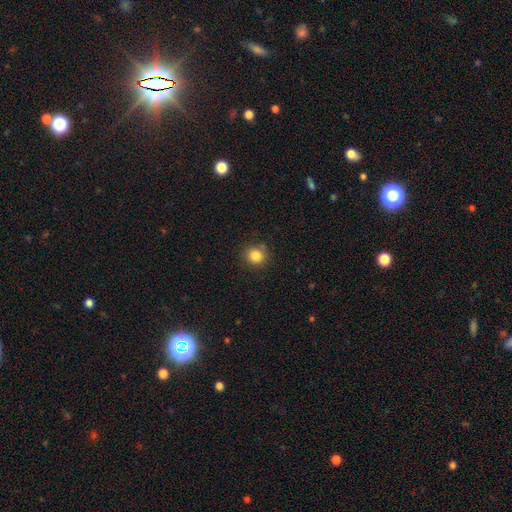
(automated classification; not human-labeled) This is clearly a smooth galaxy (84%). How rounded: clearly round (90%). Merging: clearly none (85%).